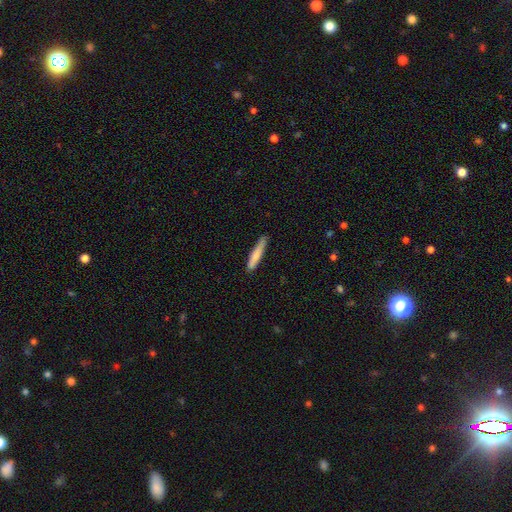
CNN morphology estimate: Smooth or featured? Predicted: smooth (p=0.75). How rounded? Predicted: cigar-shaped (p=0.91). Merging? Predicted: none (p=0.80).